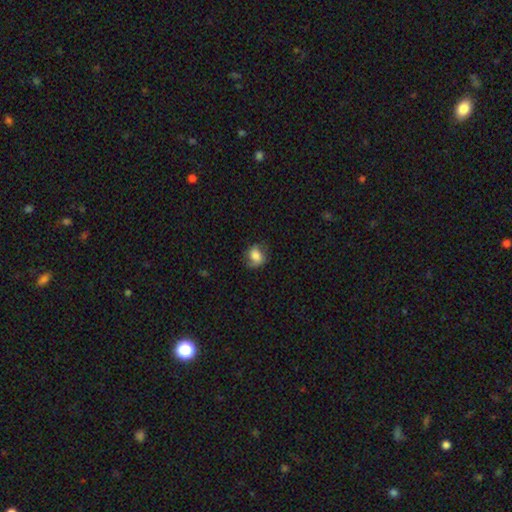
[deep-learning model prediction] The model was most divided on "how rounded": round: 50%, in between: 49%, cigar-shaped: 1%. More confident: smooth or featured — smooth (74%); merging — none (63%).